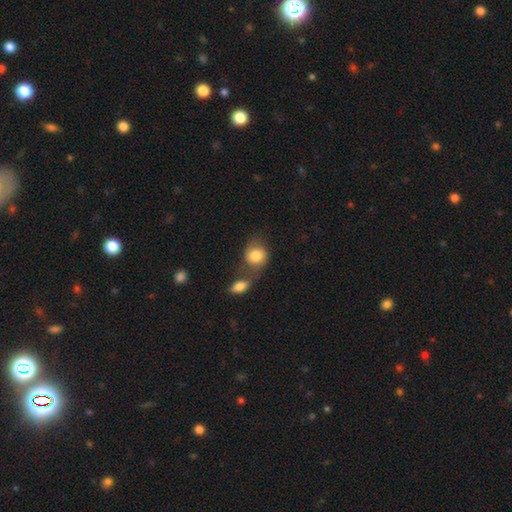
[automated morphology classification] A smooth galaxy with no disk features (79%) that is round (60%).

Vote fractions:
- Smooth or featured? smooth: 79% / featured or disk: 14% / star or artifact: 7%
- How rounded? round: 60% / in between: 38% / cigar-shaped: 1%
- Merging? merger: 42% / none: 36% / minor disturbance: 14% / major disturbance: 8%